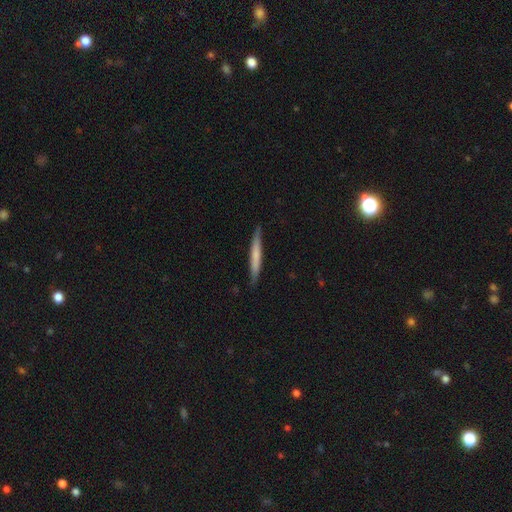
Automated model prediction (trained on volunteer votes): Morphology: type=smooth (61%); roundness=cigar-shaped (96%); merging=none (87%).